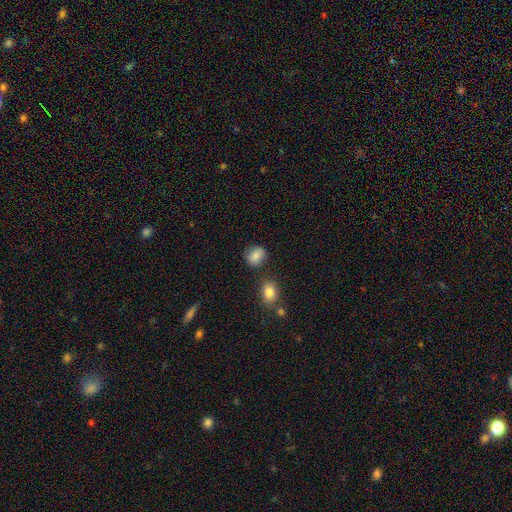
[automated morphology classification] Overall: smooth (81%). How rounded: round (65%; in between 33%). Merging: none (75%).